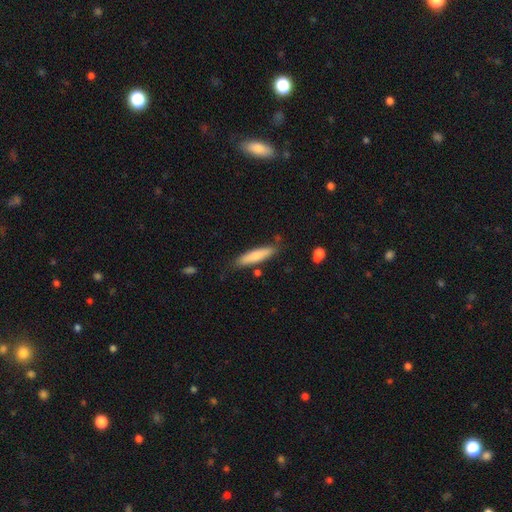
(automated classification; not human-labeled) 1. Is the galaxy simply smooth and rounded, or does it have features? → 75% smooth, 19% featured or disk, 6% star or artifact.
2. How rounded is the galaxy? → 80% cigar-shaped, 19% in between, 1% round.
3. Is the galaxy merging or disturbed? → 79% none, 14% minor disturbance, 4% merger, 3% major disturbance.